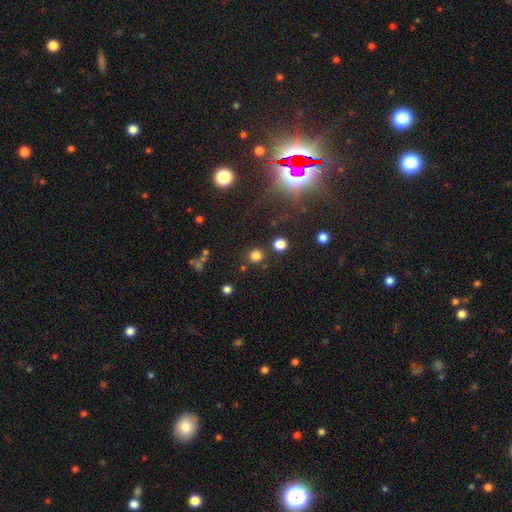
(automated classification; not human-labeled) Smooth or featured: smooth — 77% (star or artifact — 18%)
How rounded: round — 92% (in between — 7%)
Merging: none — 85% (minor disturbance — 6%)